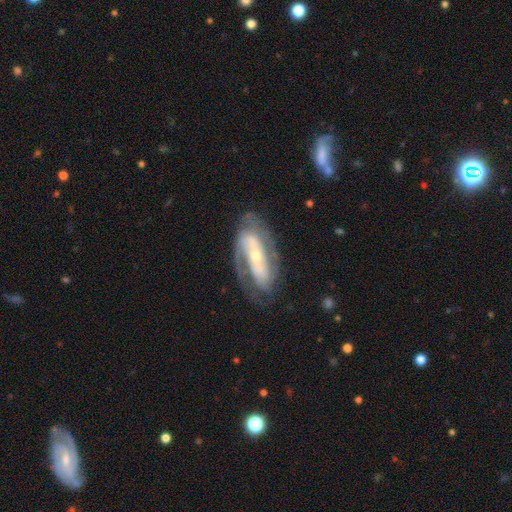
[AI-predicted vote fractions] A featured or disk galaxy (84%) with a strong bar (47%), 2 (72%) tight (44%) spiral arms (91%) and a small central bulge (59%).

Vote fractions:
- Smooth or featured? featured or disk: 84% / smooth: 11% / star or artifact: 5%
- Edge-on disk? no: 92% / yes: 8%
- Bar? strong: 47% / no: 28% / weak: 26%
- Spiral arms? yes: 91% / no: 9%
- Spiral winding? tight: 44% / medium: 40% / loose: 16%
- Spiral arm count? 2: 72% / can't tell: 14% / 1: 5% / 3: 5% / 4: 2% / more than 4: 2%
- Bulge size? small: 59% / moderate: 35% / large: 4% / none: 1% / dominant: 1%
- Merging? none: 70% / minor disturbance: 17% / major disturbance: 11% / merger: 2%